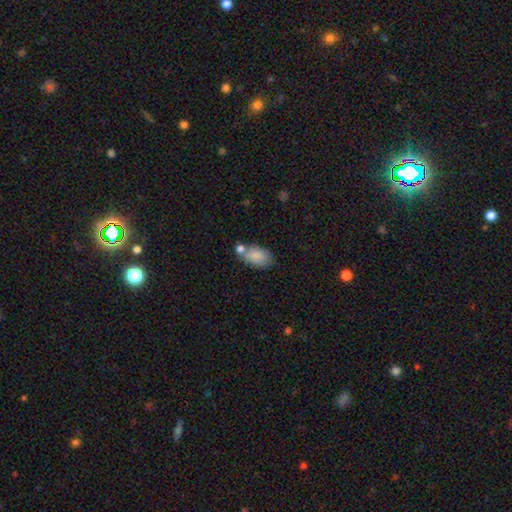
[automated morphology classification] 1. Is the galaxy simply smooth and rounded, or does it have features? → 84% smooth, 8% featured or disk, 8% star or artifact.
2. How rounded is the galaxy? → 91% in between, 7% round, 2% cigar-shaped.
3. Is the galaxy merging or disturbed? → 54% none, 24% merger, 17% minor disturbance, 5% major disturbance.